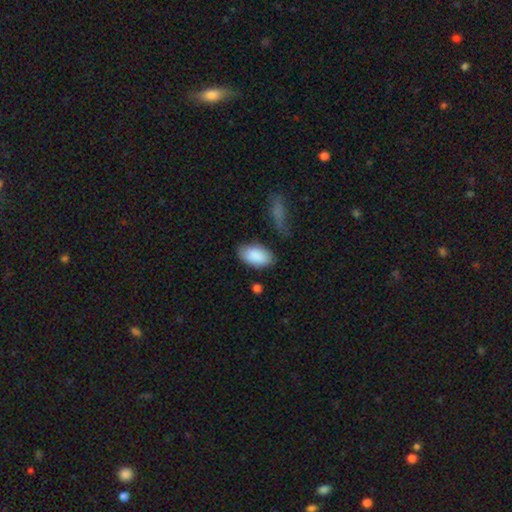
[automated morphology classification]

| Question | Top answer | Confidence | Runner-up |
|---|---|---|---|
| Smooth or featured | smooth | 89% | featured or disk (6%) |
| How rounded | in between | 95% | round (3%) |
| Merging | none | 75% | minor disturbance (17%) |